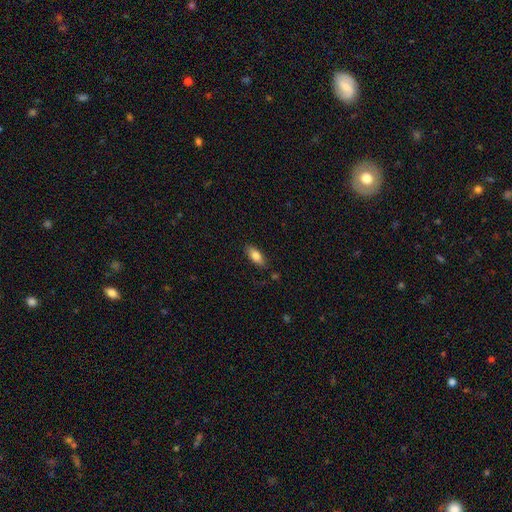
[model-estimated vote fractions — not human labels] Smooth or featured? smooth (81%)
How rounded? in between (82%)
Merging? none (82%)